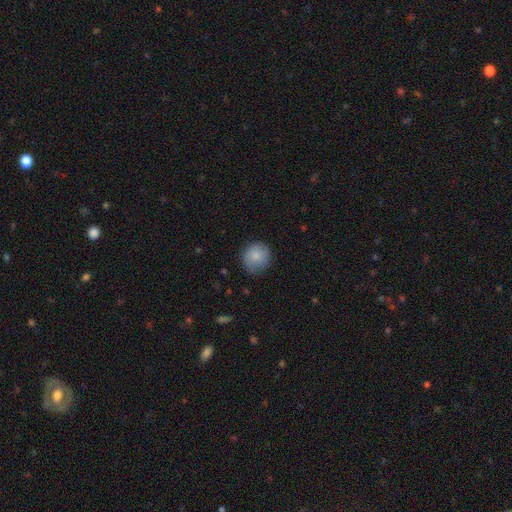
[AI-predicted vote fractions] smooth-or-featured: smooth: 84% | star or artifact: 8% | featured or disk: 8%
  how-rounded: round: 88% | in between: 11% | cigar-shaped: 1%
  merging: none: 79% | minor disturbance: 16% | major disturbance: 4% | merger: 1%